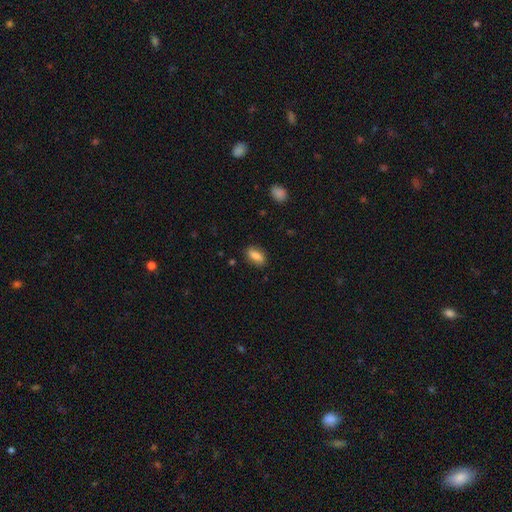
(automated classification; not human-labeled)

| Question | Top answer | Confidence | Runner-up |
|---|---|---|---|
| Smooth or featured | smooth | 82% | featured or disk (10%) |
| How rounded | in between | 84% | cigar-shaped (11%) |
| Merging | none | 84% | minor disturbance (12%) |